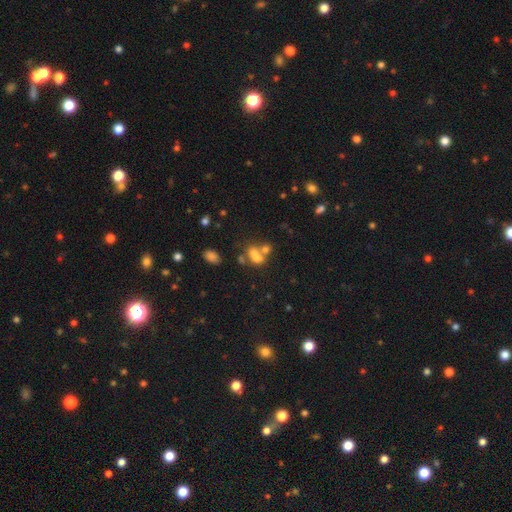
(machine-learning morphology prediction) Q: Smooth or featured?
A: smooth (64%); runner-up: featured or disk (20%)
Q: How rounded?
A: in between (67%); runner-up: round (30%)
Q: Merging?
A: merger (57%); runner-up: none (27%)